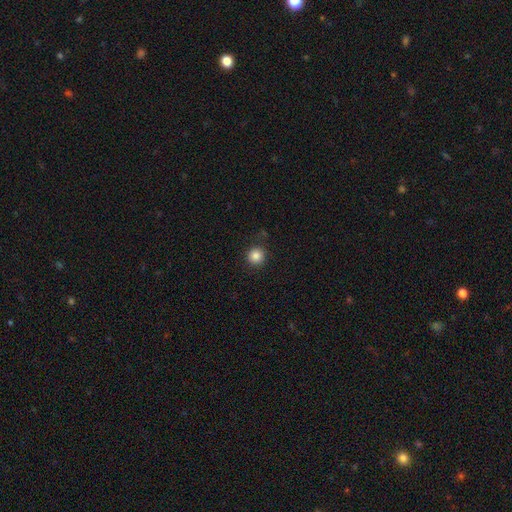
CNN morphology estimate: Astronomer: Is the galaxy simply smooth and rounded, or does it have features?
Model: smooth — 85%.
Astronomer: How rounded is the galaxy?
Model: round — 95%.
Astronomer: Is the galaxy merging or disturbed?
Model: none — 88%.